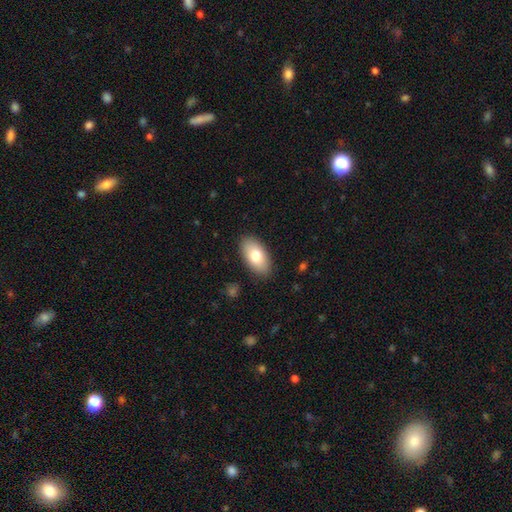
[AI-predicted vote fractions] This is likely a smooth galaxy (76%). How rounded: clearly in between (94%). Merging: clearly none (88%).